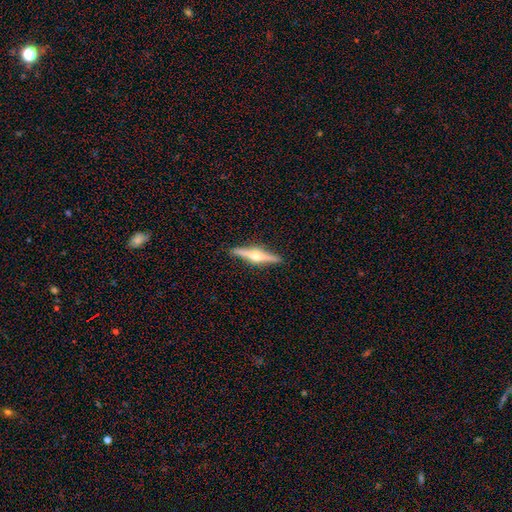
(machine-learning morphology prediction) Q: Smooth or featured?
A: featured or disk (76%); runner-up: smooth (19%)
Q: Edge-on disk?
A: yes (98%); runner-up: no (2%)
Q: Edge-on bulge?
A: rounded (94%); runner-up: boxy (4%)
Q: Merging?
A: none (91%); runner-up: minor disturbance (7%)